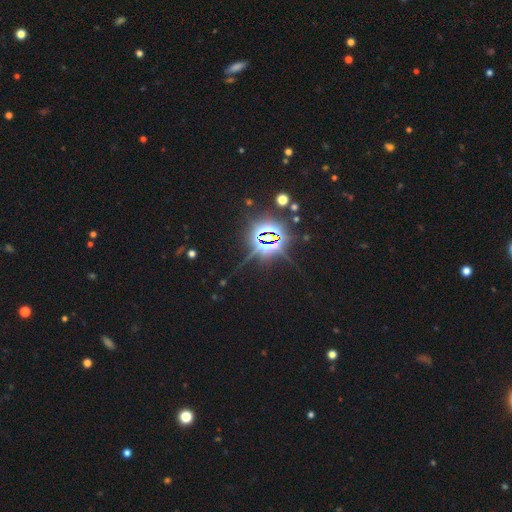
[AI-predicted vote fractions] A star or artifact, not a galaxy (84%).

Vote fractions:
- Smooth or featured? star or artifact: 84% / smooth: 9% / featured or disk: 6%